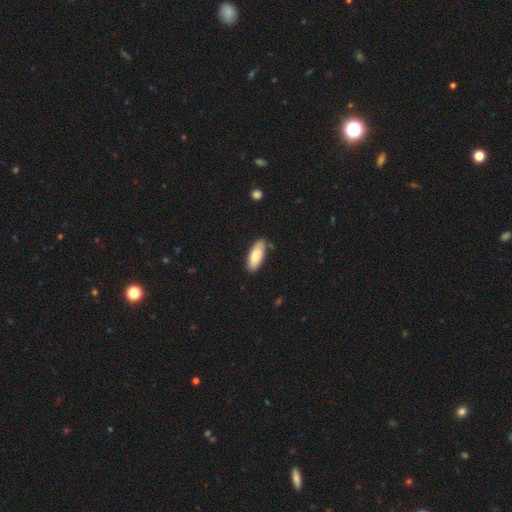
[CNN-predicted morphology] Smooth or featured? smooth (82%)
How rounded? in between (74%)
Merging? none (83%)